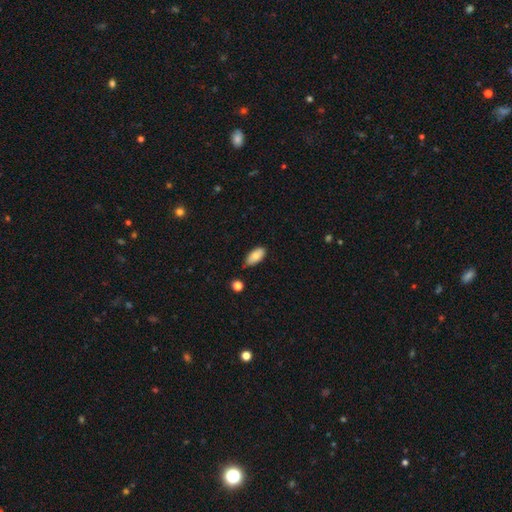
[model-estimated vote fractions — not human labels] This is clearly a smooth galaxy (81%). How rounded: clearly in between (91%). Merging: likely none (68%).